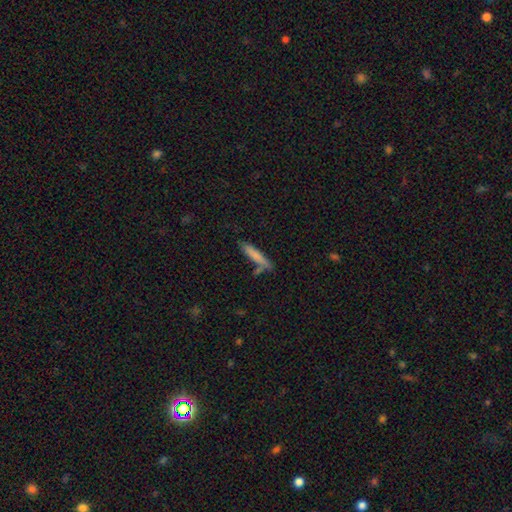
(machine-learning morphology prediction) This is likely a smooth galaxy (76%). How rounded: clearly cigar-shaped (89%). Merging: likely none (70%).